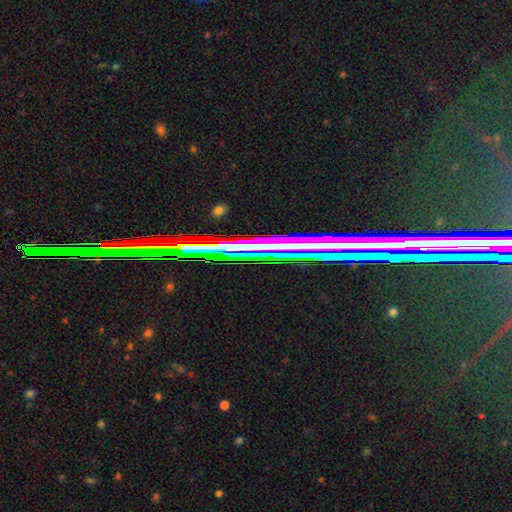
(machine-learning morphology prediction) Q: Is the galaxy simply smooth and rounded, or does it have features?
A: star or artifact — 58%.